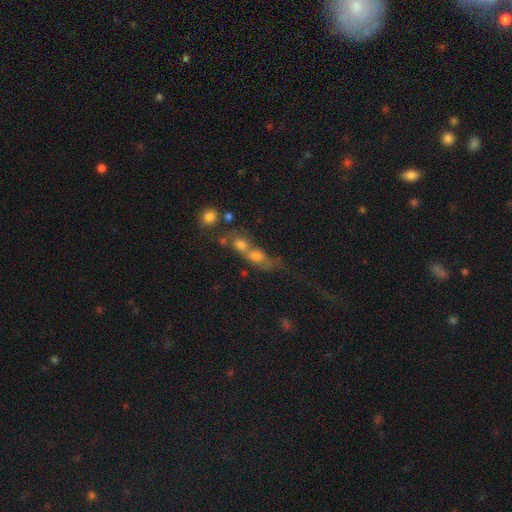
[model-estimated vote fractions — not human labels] A smooth galaxy with no disk features (57%) that is round (46%). Merging: merger (64%).